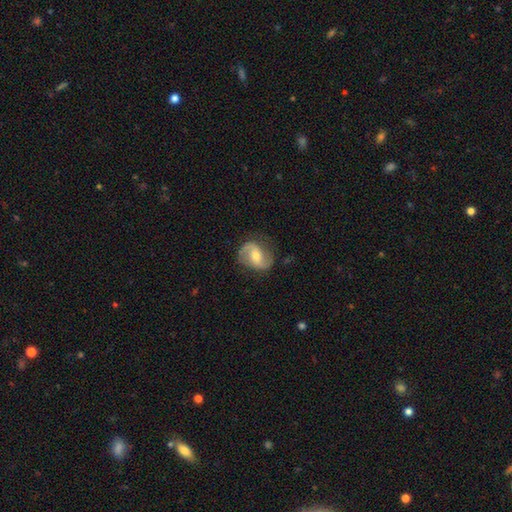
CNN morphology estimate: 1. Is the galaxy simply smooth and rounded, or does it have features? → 79% featured or disk, 15% smooth, 6% star or artifact.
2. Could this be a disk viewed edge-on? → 97% no, 3% yes.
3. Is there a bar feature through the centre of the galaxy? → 43% weak, 39% no, 18% strong.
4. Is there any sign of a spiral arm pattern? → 94% yes, 6% no.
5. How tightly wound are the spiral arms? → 43% loose, 41% medium, 16% tight.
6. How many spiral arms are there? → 90% 2, 4% can't tell, 3% 1, 1% 3, 1% 4, 1% more than 4.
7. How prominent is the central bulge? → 60% moderate, 35% small, 3% large, 2% none, 1% dominant.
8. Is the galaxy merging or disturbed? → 78% none, 16% minor disturbance, 5% major disturbance, 1% merger.